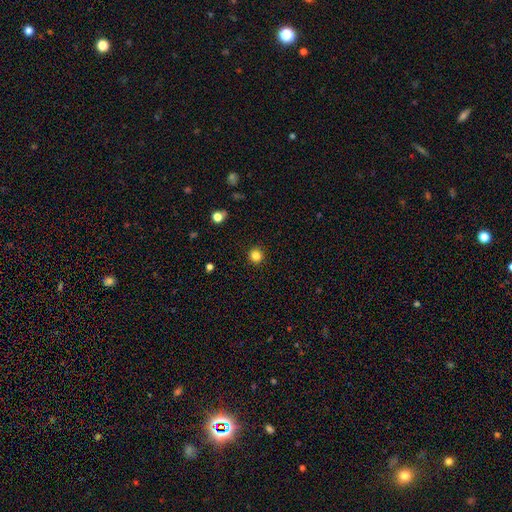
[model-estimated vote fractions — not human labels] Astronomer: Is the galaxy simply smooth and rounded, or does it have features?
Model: smooth — 84%.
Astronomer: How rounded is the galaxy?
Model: round — 94%.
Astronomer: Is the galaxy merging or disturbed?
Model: none — 92%.